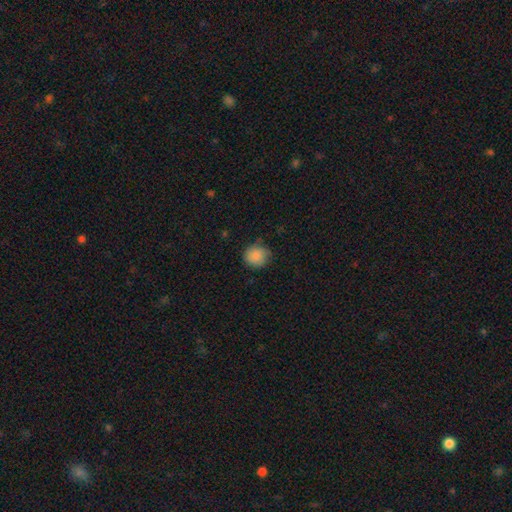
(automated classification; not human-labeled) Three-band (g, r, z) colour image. It shows a smooth galaxy with no disk features (87%) that is round (87%). Merging: none (78%).